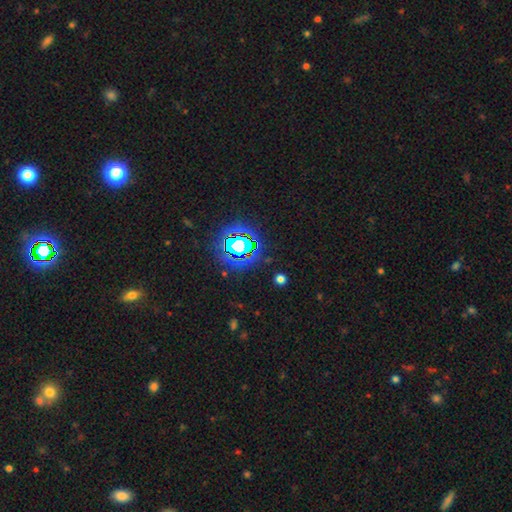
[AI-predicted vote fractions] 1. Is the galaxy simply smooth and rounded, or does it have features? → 80% star or artifact, 12% smooth, 7% featured or disk.